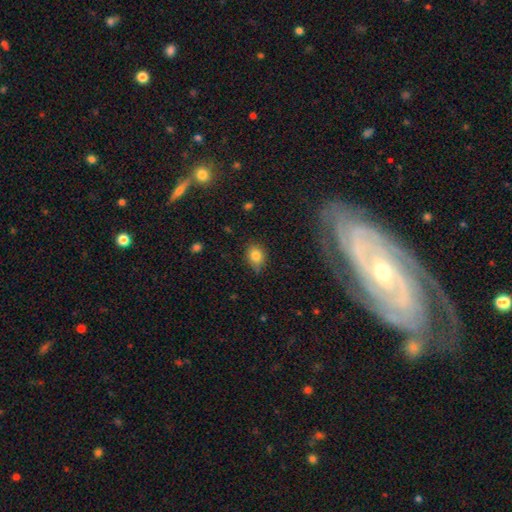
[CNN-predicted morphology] smooth-or-featured: smooth: 82% | star or artifact: 10% | featured or disk: 8%
  how-rounded: in between: 53% | round: 45% | cigar-shaped: 2%
  merging: none: 71% | minor disturbance: 23% | major disturbance: 4% | merger: 2%